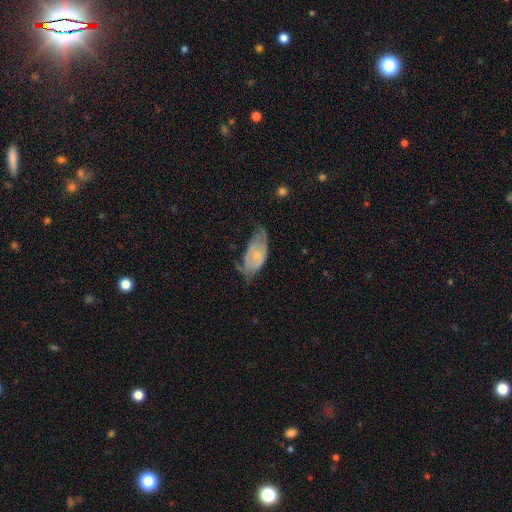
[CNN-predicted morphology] A featured or disk galaxy (50%). Merging: minor disturbance (40%).